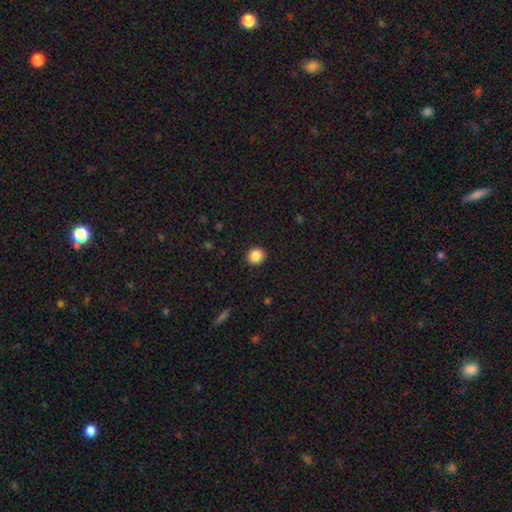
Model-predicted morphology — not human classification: smooth 87%, star or artifact 10%, featured or disk 3%. Down the decision tree: how rounded — round (84%); merging — none (92%).